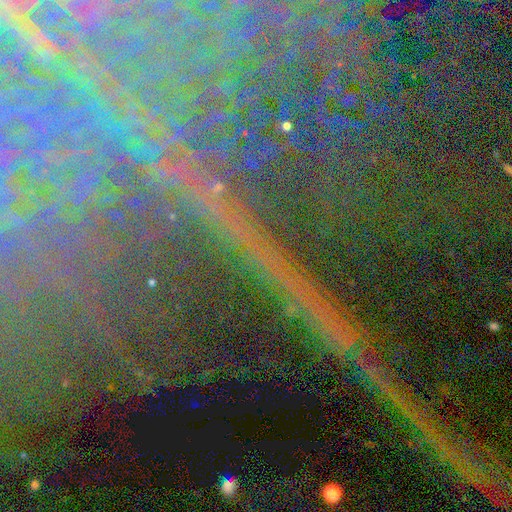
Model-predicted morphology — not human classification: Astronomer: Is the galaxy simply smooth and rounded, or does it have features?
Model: star or artifact — 79%.